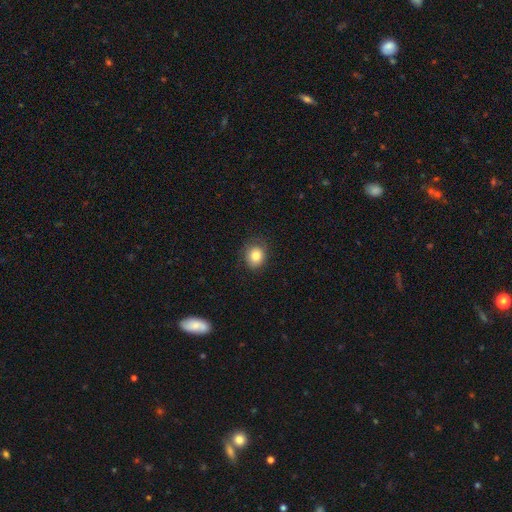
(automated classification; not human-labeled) Smooth or featured? smooth (79%)
How rounded? round (71%)
Merging? none (77%)